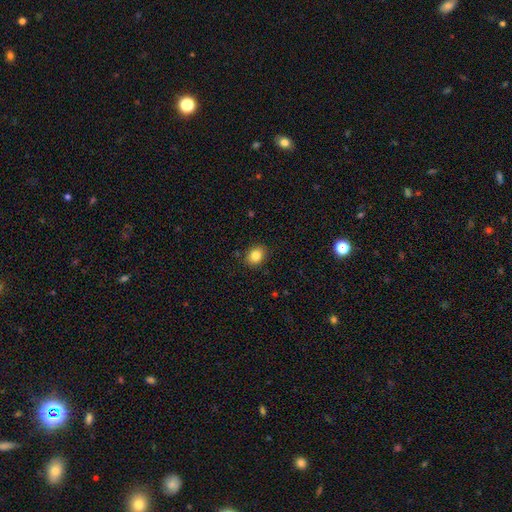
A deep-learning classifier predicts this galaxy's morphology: The model was most divided on "how rounded": round: 53%, in between: 46%, cigar-shaped: 1%. More confident: merging — none (87%); smooth or featured — smooth (84%).